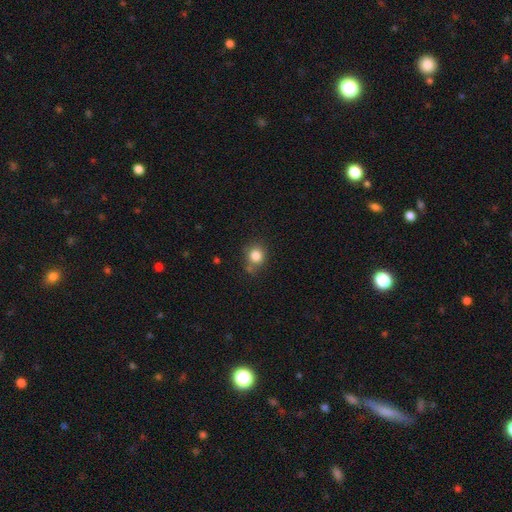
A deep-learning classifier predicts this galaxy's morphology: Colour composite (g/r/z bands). It shows a smooth galaxy with no disk features (83%) that is round (82%). Merging: none (70%).